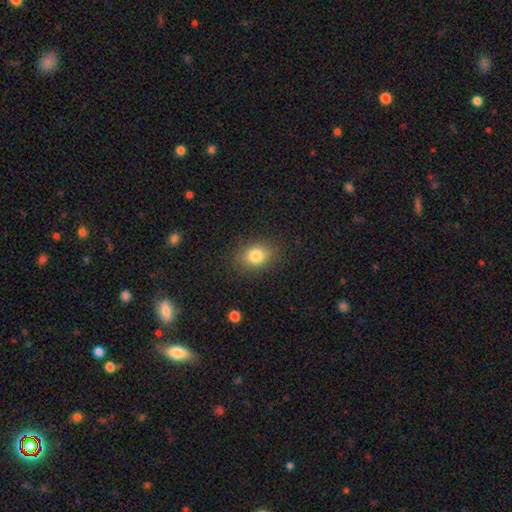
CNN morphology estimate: smooth_or_featured: smooth (p=0.81) [alt: star or artifact p=0.10]
how_rounded: in between (p=0.62) [alt: round p=0.37]
merging: none (p=0.85) [alt: minor disturbance p=0.11]